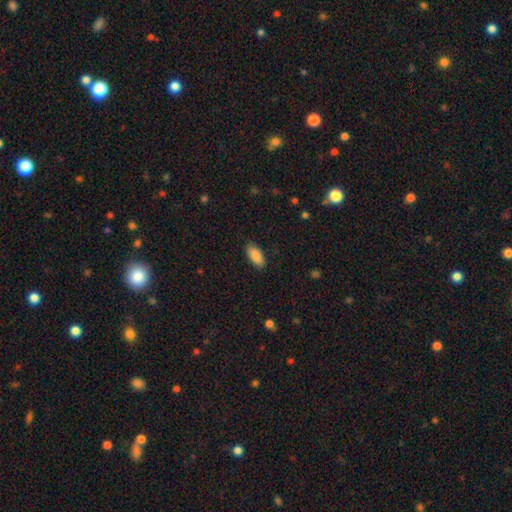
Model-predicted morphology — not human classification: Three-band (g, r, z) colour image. It shows a smooth galaxy with no disk features (89%) that is in between round and cigar-shaped (88%). Merging: none (88%).